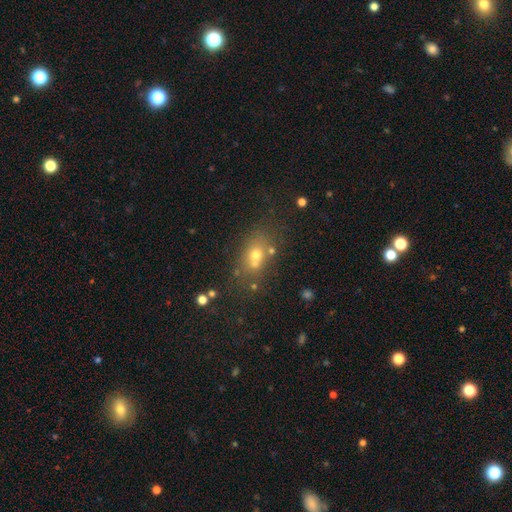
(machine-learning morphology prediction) smooth 61%, featured or disk 20%, star or artifact 20%. Down the decision tree: how rounded — in between (55%); merging — none (54%).